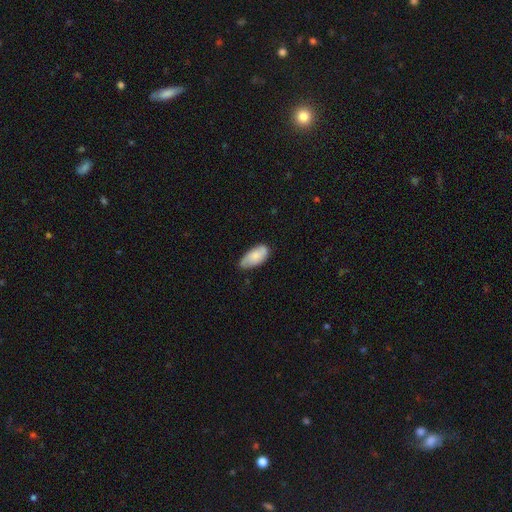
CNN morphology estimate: Smooth or featured? smooth (76%)
How rounded? in between (93%)
Merging? none (64%)